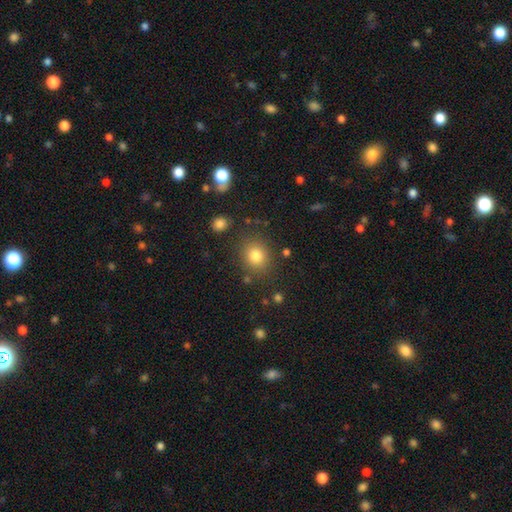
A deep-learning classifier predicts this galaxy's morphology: The model was most divided on "how rounded": round: 76%, in between: 23%, cigar-shaped: 1%. More confident: merging — none (83%); smooth or featured — smooth (81%).